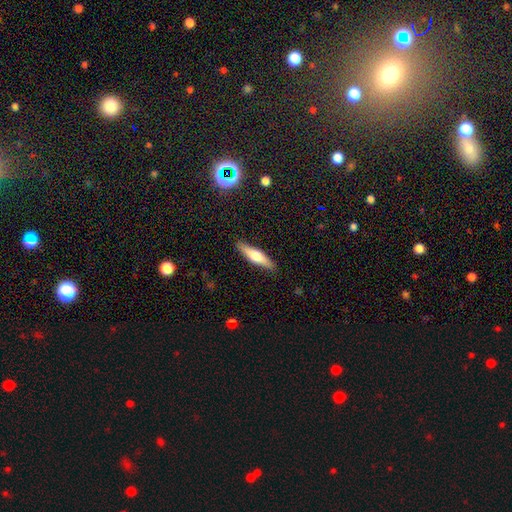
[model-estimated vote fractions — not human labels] Smooth or featured? Predicted: smooth (p=0.50). Merging? Predicted: none (p=0.89).